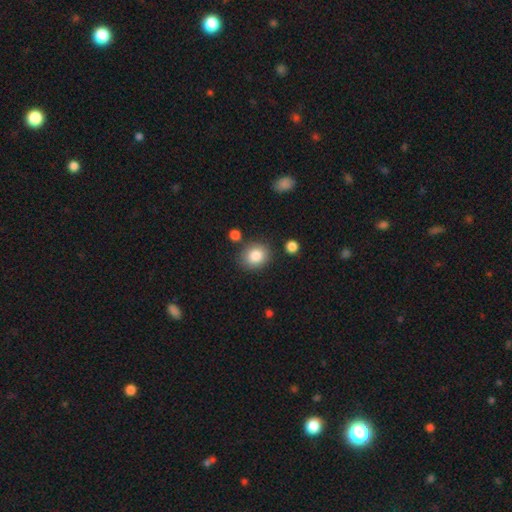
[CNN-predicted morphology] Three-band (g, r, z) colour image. It shows a smooth galaxy with no disk features (84%) that is round (63%). Merging: none (79%).